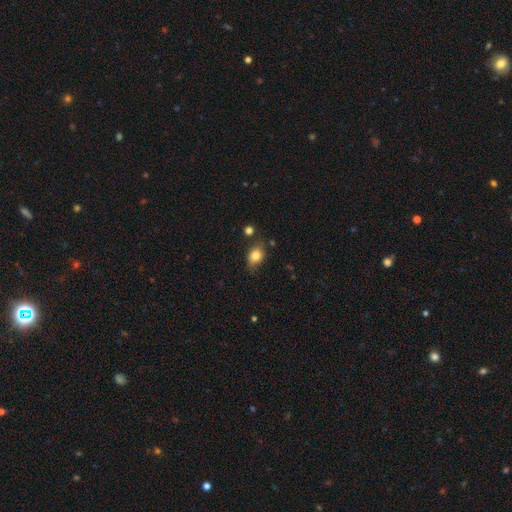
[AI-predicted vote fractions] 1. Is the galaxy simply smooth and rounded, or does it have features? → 81% smooth, 10% featured or disk, 10% star or artifact.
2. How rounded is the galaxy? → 67% in between, 31% round, 2% cigar-shaped.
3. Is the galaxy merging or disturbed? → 71% none, 20% minor disturbance, 5% major disturbance, 4% merger.